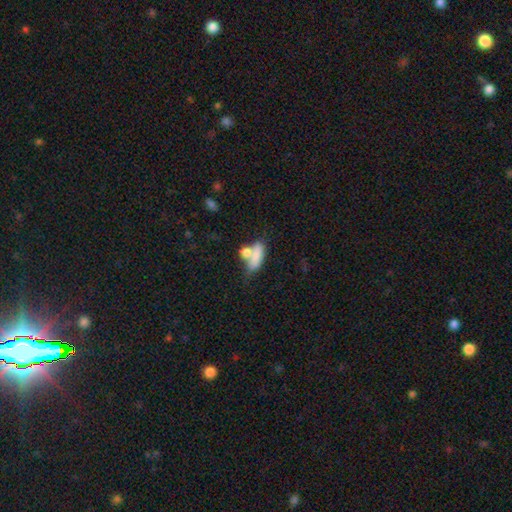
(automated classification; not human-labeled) smooth_or_featured: smooth (p=0.75) [alt: featured or disk p=0.16]
how_rounded: in between (p=0.65) [alt: cigar-shaped p=0.25]
merging: merger (p=0.43) [alt: none p=0.33]